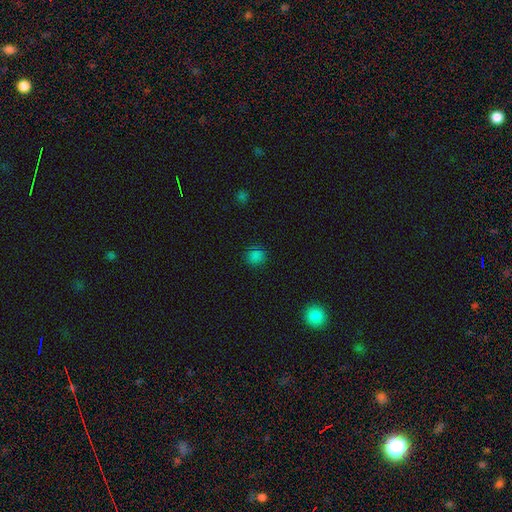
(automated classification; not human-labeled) Overall: smooth (81%). How rounded: round (88%). Merging: none (88%).